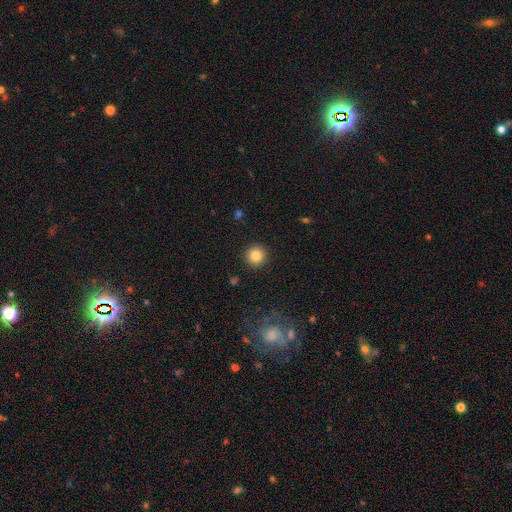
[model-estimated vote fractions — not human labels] Smooth or featured?
  - smooth: 83% *
  - star or artifact: 11%
  - featured or disk: 6%
How rounded?
  - round: 95% *
  - in between: 4%
  - cigar-shaped: 1%
Merging?
  - none: 92% *
  - minor disturbance: 5%
  - major disturbance: 2%
  - merger: 1%